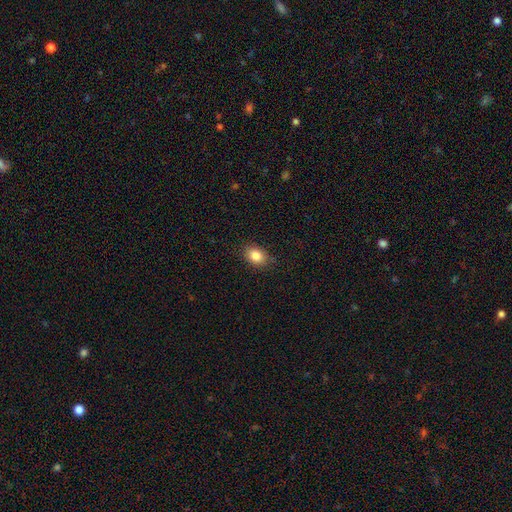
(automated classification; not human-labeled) Overall: smooth (85%). How rounded: in between (67%; round 32%). Merging: none (85%).